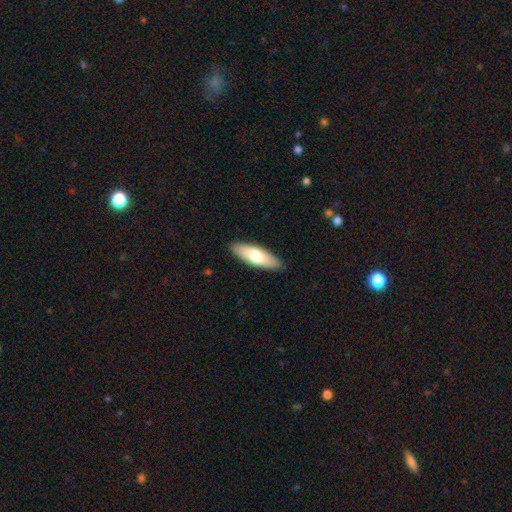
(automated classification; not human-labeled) Morphology: type=smooth (71%); roundness=in between (56%); merging=none (89%).